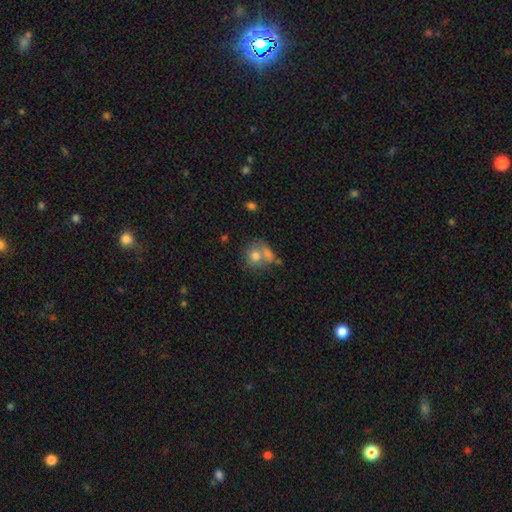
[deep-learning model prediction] A smooth galaxy with no disk features (69%) that is round (70%). Merging: merger (45%).